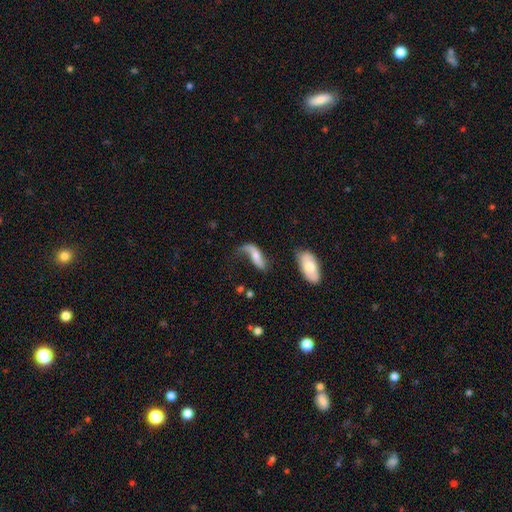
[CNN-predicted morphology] Q: Smooth or featured?
A: featured or disk (53%); runner-up: smooth (40%)
Q: Edge-on disk?
A: no (84%); runner-up: yes (16%)
Q: Merging?
A: major disturbance (34%); runner-up: none (32%)